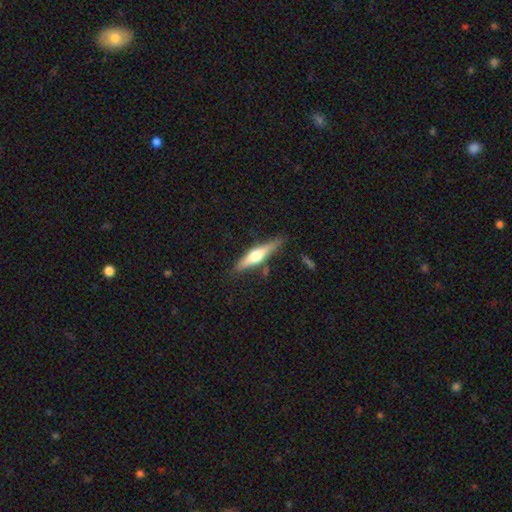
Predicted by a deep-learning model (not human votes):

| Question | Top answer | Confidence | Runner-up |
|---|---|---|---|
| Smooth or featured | featured or disk | 56% | smooth (38%) |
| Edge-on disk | yes | 94% | no (6%) |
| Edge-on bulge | rounded | 92% | boxy (5%) |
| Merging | none | 80% | minor disturbance (13%) |